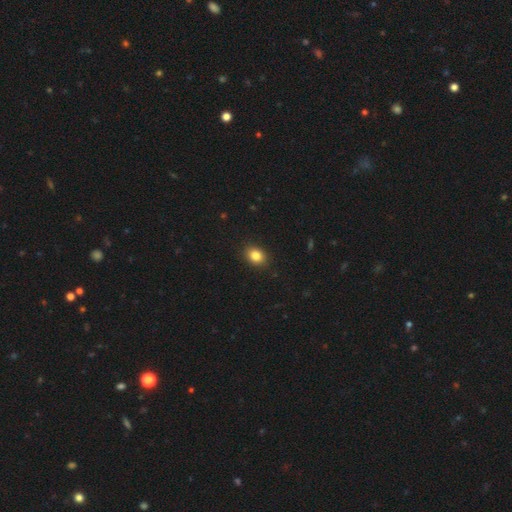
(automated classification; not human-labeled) Smooth or featured: smooth — 84% (star or artifact — 10%)
How rounded: in between — 59% (round — 40%)
Merging: none — 89% (minor disturbance — 8%)